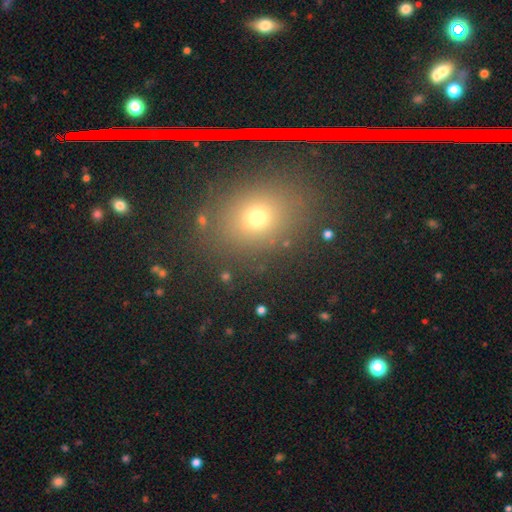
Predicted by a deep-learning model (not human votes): Smooth or featured?
  - smooth: 49% *
  - star or artifact: 40%
  - featured or disk: 11%
Merging?
  - none: 87% *
  - minor disturbance: 7%
  - major disturbance: 3%
  - merger: 3%